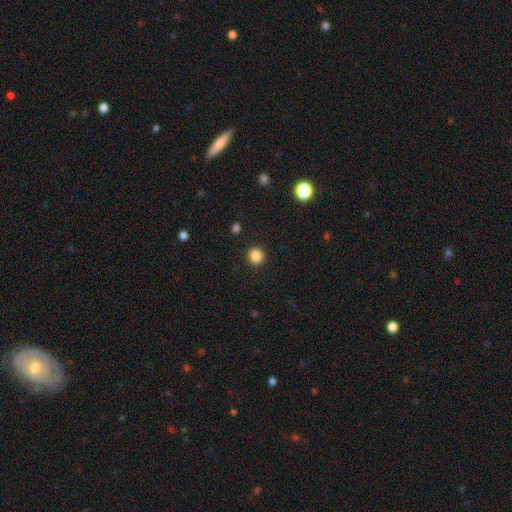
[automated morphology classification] type=smooth (86%); roundness=round (93%); merging=none (92%).